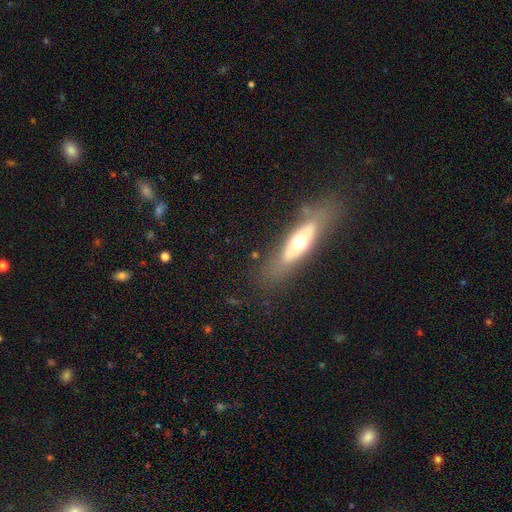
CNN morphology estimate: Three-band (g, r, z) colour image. It shows a featured or disk galaxy (51%). Merging: none (70%).